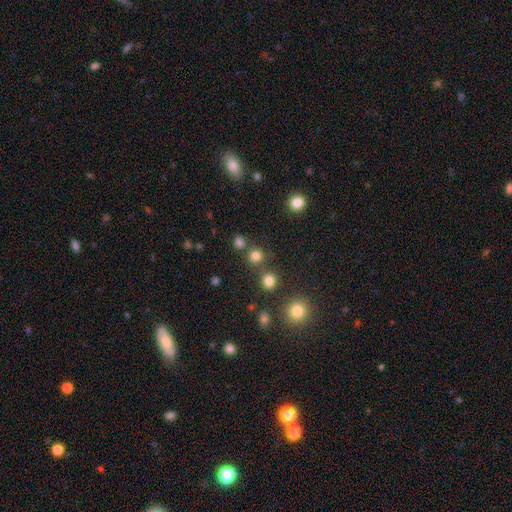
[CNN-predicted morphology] smooth 78%, star or artifact 17%, featured or disk 5%. Down the decision tree: how rounded — round (91%); merging — none (76%).